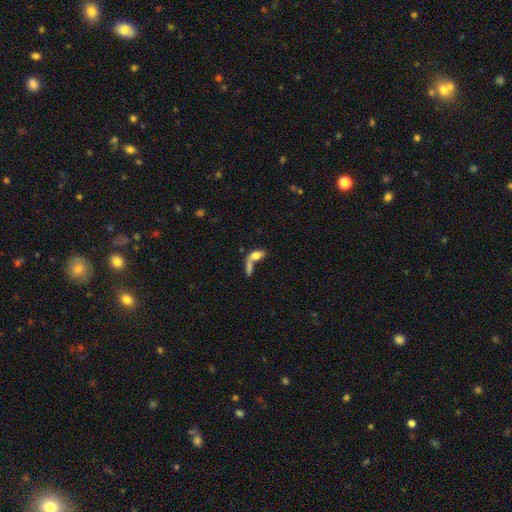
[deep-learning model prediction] Smooth or featured? Predicted: smooth (p=0.71). How rounded? Predicted: in between (p=0.76). Merging? Predicted: merger (p=0.56).